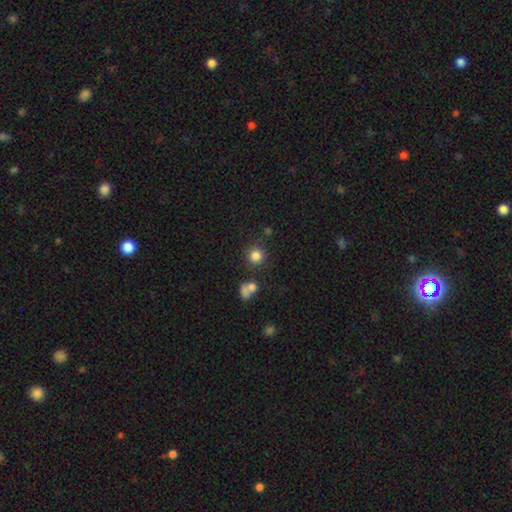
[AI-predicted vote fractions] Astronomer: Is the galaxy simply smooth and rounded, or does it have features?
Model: smooth — 81%.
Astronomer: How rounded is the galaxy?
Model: round — 92%.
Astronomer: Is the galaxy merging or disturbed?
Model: none — 78%.